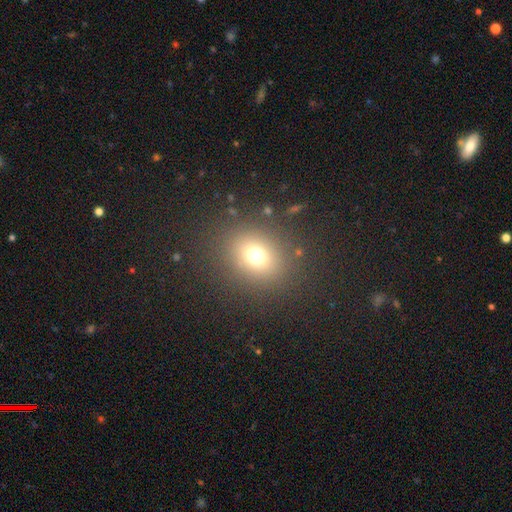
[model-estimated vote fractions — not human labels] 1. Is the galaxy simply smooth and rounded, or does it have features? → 69% smooth, 21% star or artifact, 10% featured or disk.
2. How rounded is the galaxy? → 69% round, 30% in between, 1% cigar-shaped.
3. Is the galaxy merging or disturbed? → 83% none, 8% minor disturbance, 6% major disturbance, 2% merger.